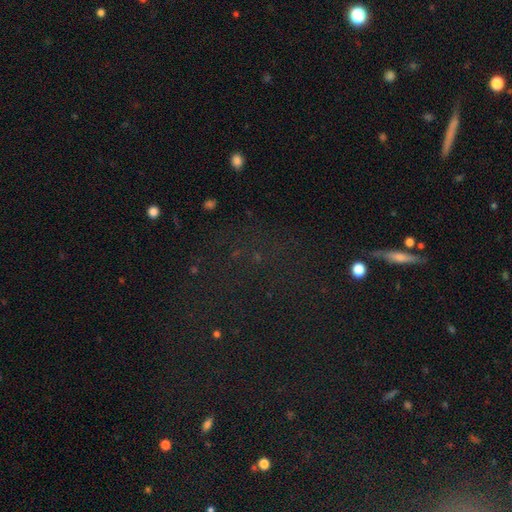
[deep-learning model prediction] The model was most divided on "smooth or featured": star or artifact: 71%, smooth: 18%, featured or disk: 11%.